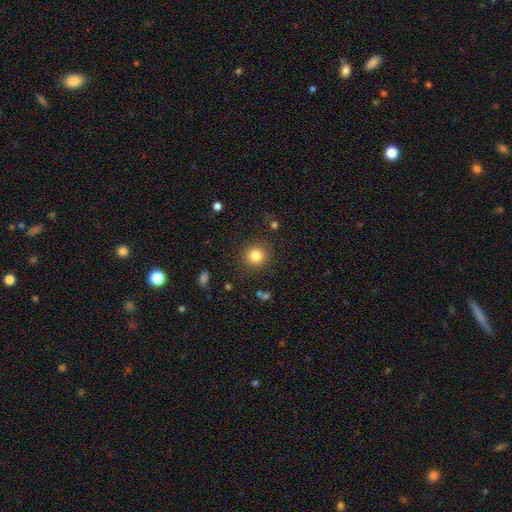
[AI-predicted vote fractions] This is clearly a smooth galaxy (82%). How rounded: clearly round (92%). Merging: clearly none (89%).